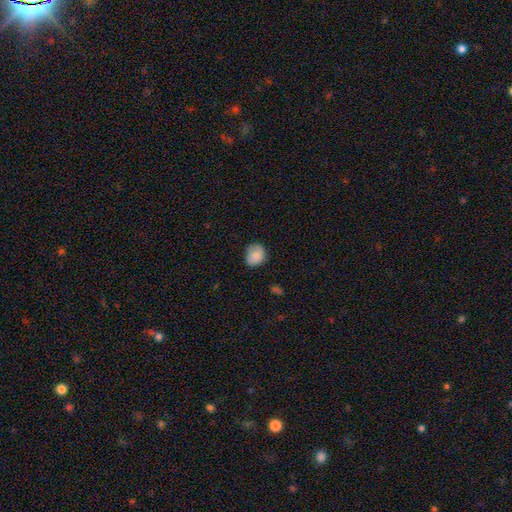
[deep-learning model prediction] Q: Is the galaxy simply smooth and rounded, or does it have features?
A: smooth — 84%.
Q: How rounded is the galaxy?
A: round — 66%.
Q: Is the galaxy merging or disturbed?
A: none — 71%.